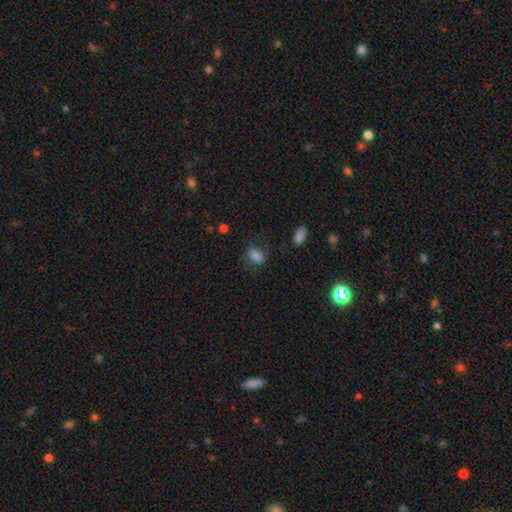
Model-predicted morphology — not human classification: The model was most divided on "merging": none: 65%, minor disturbance: 20%, major disturbance: 13%, merger: 2%. More confident: smooth or featured — smooth (75%); how rounded — in between (74%).